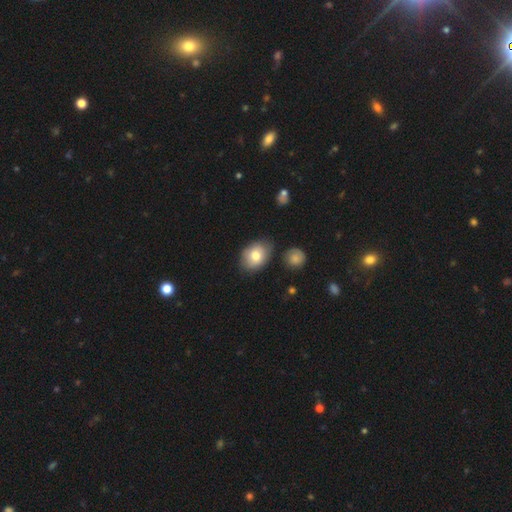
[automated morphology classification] smooth_or_featured: smooth (p=0.77) [alt: featured or disk p=0.15]
how_rounded: in between (p=0.73) [alt: round p=0.26]
merging: none (p=0.73) [alt: minor disturbance p=0.19]